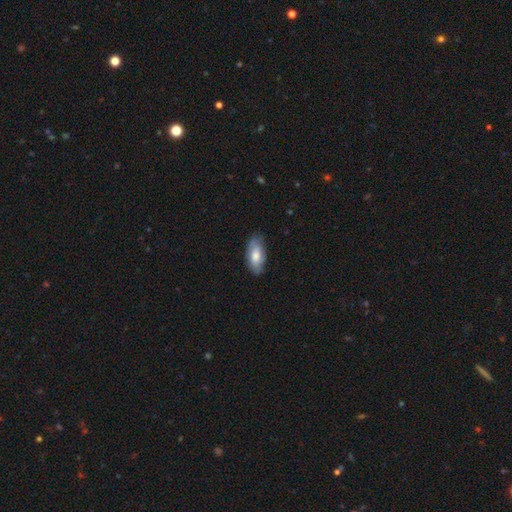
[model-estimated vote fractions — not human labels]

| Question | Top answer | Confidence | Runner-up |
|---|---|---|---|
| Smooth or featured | smooth | 73% | featured or disk (21%) |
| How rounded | in between | 90% | cigar-shaped (7%) |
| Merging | none | 77% | minor disturbance (19%) |